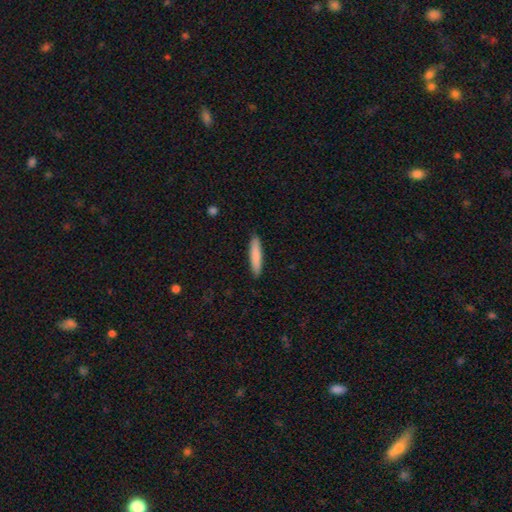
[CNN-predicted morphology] The model was most divided on "smooth or featured": smooth: 84%, featured or disk: 10%, star or artifact: 6%. More confident: merging — none (89%); how rounded — cigar-shaped (88%).